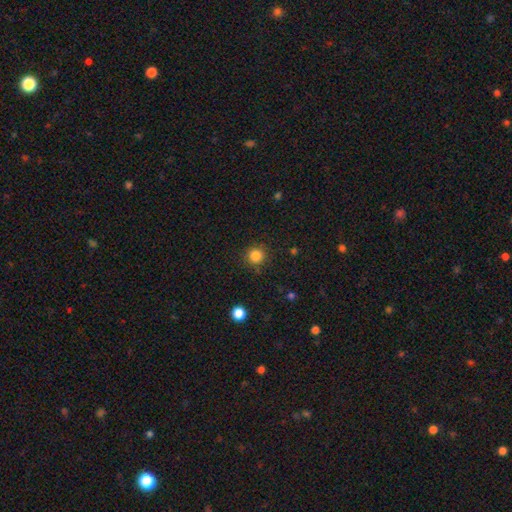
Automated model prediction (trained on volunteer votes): A smooth galaxy with no disk features (84%) that is round (94%).

Vote fractions:
- Smooth or featured? smooth: 84% / star or artifact: 12% / featured or disk: 4%
- How rounded? round: 94% / in between: 5% / cigar-shaped: 1%
- Merging? none: 87% / minor disturbance: 8% / major disturbance: 3% / merger: 2%